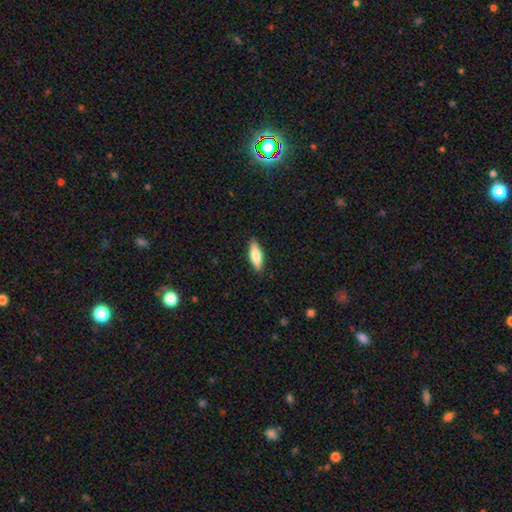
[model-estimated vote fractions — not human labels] smooth-or-featured: smooth: 73% | featured or disk: 22% | star or artifact: 6%
  how-rounded: in between: 56% | cigar-shaped: 42% | round: 2%
  merging: none: 89% | minor disturbance: 8% | major disturbance: 2% | merger: 1%